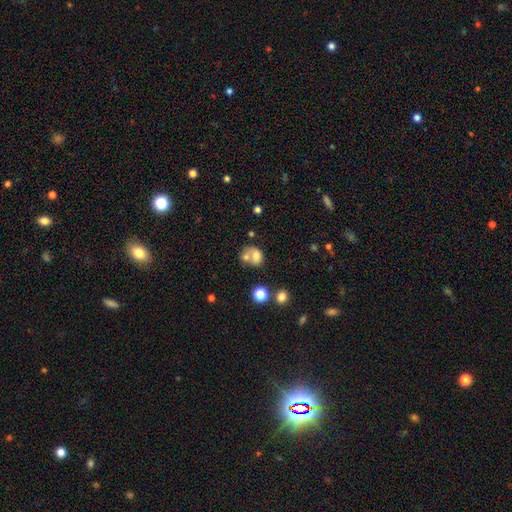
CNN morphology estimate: smooth_or_featured: smooth (p=0.67) [alt: featured or disk p=0.22]
how_rounded: in between (p=0.50) [alt: round p=0.49]
merging: merger (p=0.53) [alt: none p=0.25]